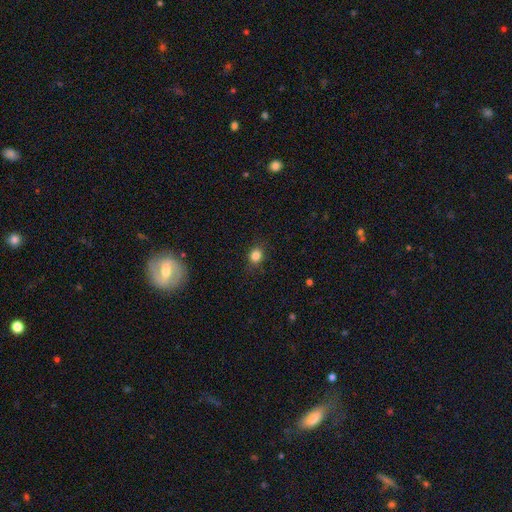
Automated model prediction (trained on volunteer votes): Smooth or featured: smooth — 84% (star or artifact — 11%)
How rounded: round — 66% (in between — 33%)
Merging: none — 85% (minor disturbance — 11%)